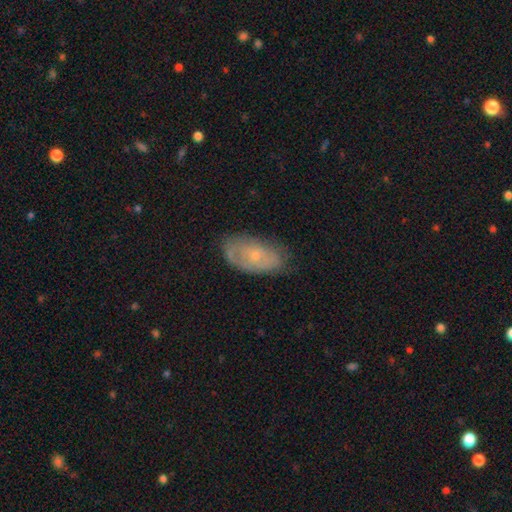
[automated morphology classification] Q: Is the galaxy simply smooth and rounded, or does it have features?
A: featured or disk — 50%.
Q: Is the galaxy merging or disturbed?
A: none — 66%.